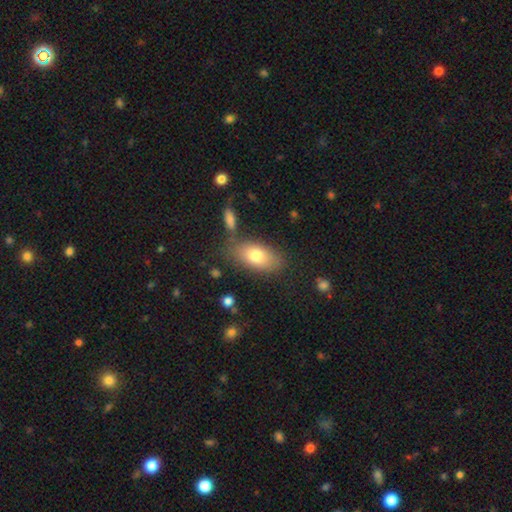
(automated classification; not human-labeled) The model was most divided on "merging": none: 71%, minor disturbance: 14%, merger: 9%, major disturbance: 5%. More confident: how rounded — in between (89%); smooth or featured — smooth (76%).